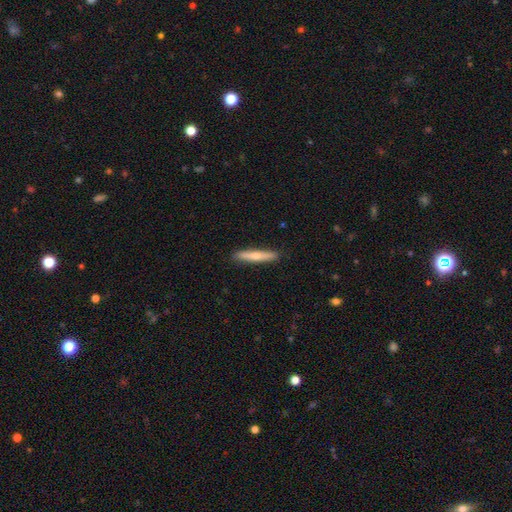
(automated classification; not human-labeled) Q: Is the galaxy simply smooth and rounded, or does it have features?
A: smooth — 58%.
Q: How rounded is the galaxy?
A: cigar-shaped — 92%.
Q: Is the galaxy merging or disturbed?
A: none — 90%.